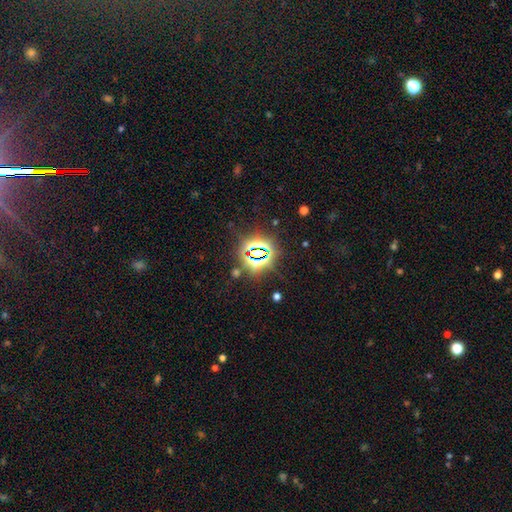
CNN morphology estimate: A star or artifact, not a galaxy (79%).